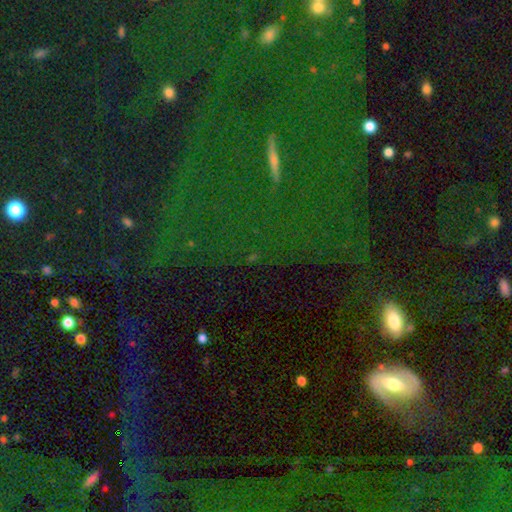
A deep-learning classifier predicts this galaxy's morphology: star or artifact 66%, smooth 20%, featured or disk 14%.